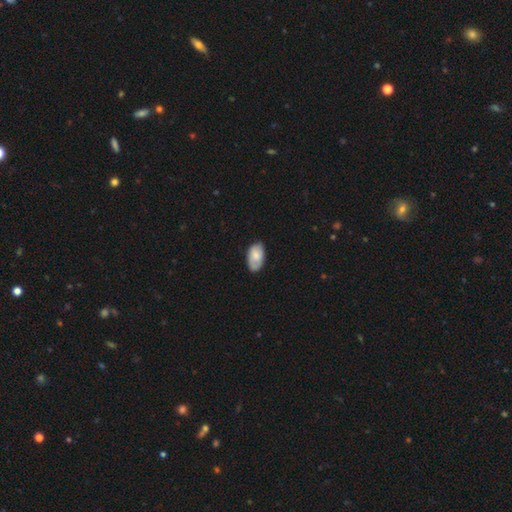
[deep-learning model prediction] Q: Smooth or featured?
A: smooth (72%); runner-up: featured or disk (21%)
Q: How rounded?
A: in between (94%); runner-up: round (4%)
Q: Merging?
A: none (73%); runner-up: minor disturbance (22%)